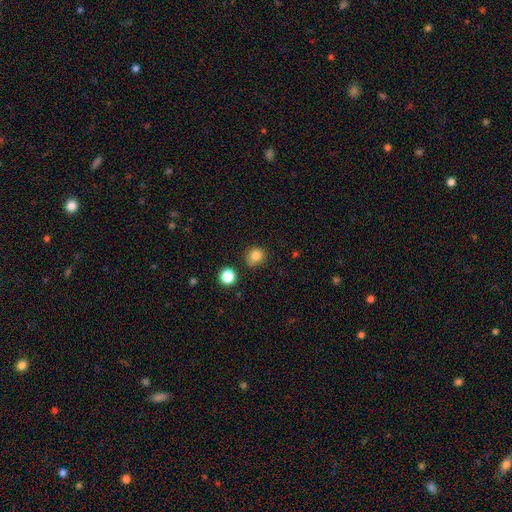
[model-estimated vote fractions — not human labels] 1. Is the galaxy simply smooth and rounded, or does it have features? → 83% smooth, 12% star or artifact, 5% featured or disk.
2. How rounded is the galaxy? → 81% round, 18% in between, 1% cigar-shaped.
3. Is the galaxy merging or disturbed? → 77% none, 16% minor disturbance, 4% merger, 4% major disturbance.